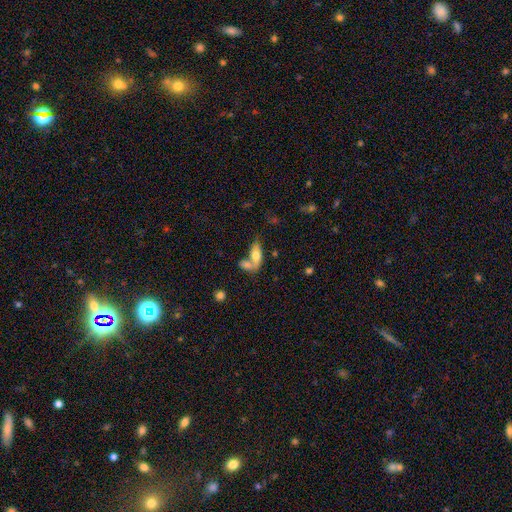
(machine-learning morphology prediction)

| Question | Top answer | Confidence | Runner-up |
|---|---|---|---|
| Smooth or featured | smooth | 67% | featured or disk (25%) |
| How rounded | in between | 80% | cigar-shaped (15%) |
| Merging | merger | 57% | none (26%) |